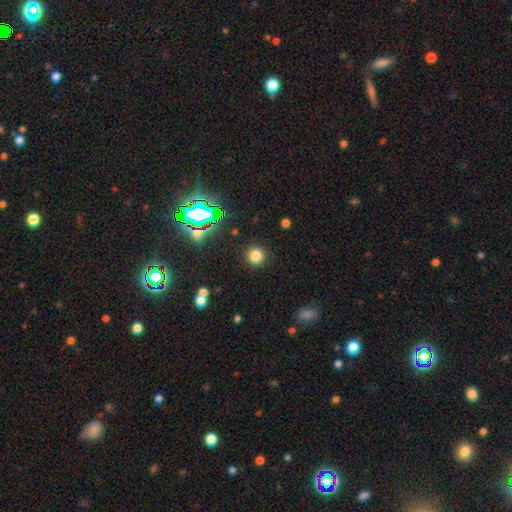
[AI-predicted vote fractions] Q: Smooth or featured?
A: smooth (76%); runner-up: star or artifact (18%)
Q: How rounded?
A: round (92%); runner-up: in between (7%)
Q: Merging?
A: none (89%); runner-up: minor disturbance (6%)